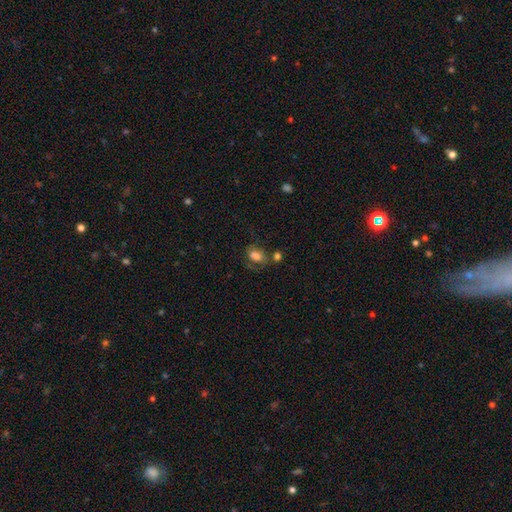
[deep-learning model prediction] Smooth or featured: smooth — 74% (featured or disk — 14%)
How rounded: in between — 82% (round — 16%)
Merging: none — 47% (minor disturbance — 22%)